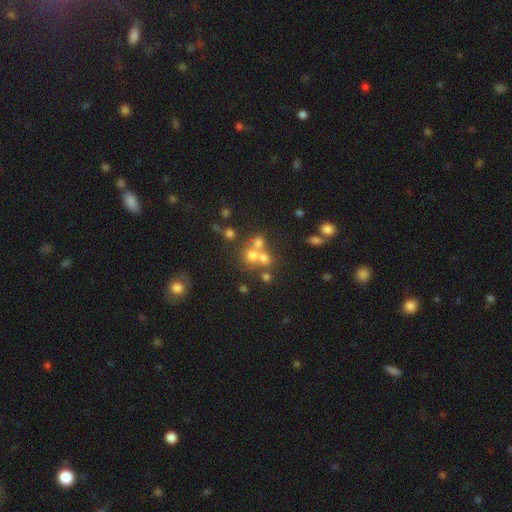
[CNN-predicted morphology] The model was most divided on "merging": merger: 46%, none: 41%, minor disturbance: 8%, major disturbance: 5%. More confident: how rounded — round (82%); smooth or featured — smooth (57%).